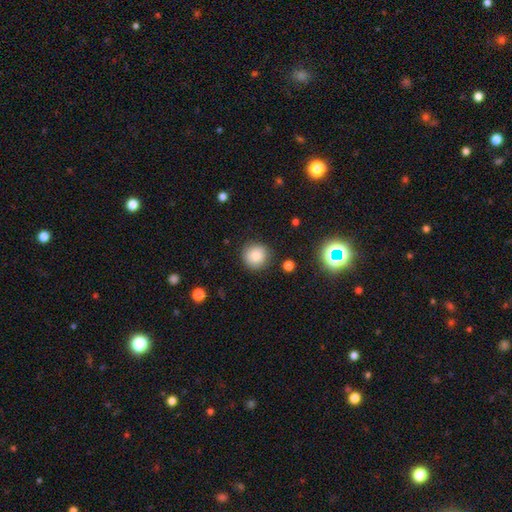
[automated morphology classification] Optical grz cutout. It shows a smooth galaxy with no disk features (82%) that is round (93%). Merging: none (88%).